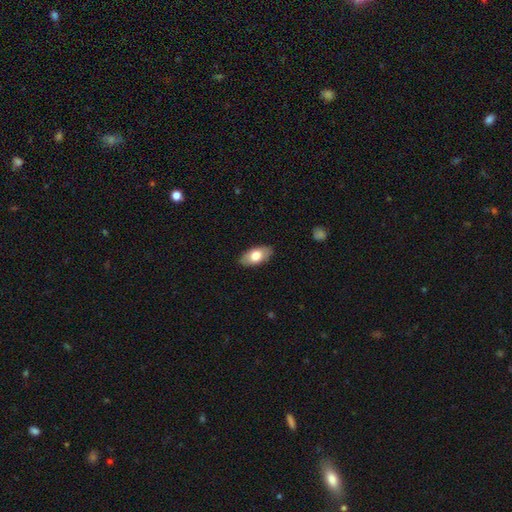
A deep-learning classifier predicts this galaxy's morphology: smooth-or-featured: smooth: 74% | featured or disk: 20% | star or artifact: 6%
  how-rounded: in between: 93% | cigar-shaped: 4% | round: 3%
  merging: none: 87% | minor disturbance: 10% | major disturbance: 2% | merger: 1%